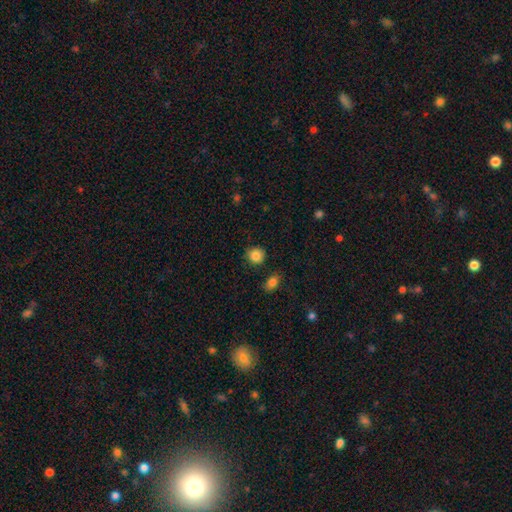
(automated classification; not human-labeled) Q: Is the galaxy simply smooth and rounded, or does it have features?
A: smooth — 86%.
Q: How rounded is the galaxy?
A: round — 89%.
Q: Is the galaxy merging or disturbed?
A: none — 85%.